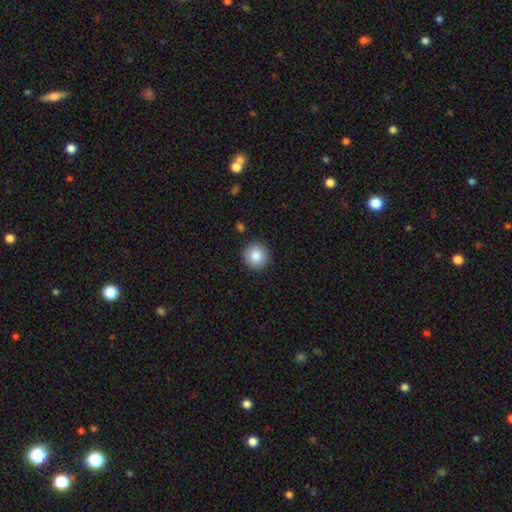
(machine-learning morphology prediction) A smooth galaxy with no disk features (85%) that is round (94%).

Vote fractions:
- Smooth or featured? smooth: 85% / star or artifact: 8% / featured or disk: 7%
- How rounded? round: 94% / in between: 5% / cigar-shaped: 1%
- Merging? none: 90% / minor disturbance: 6% / major disturbance: 2% / merger: 2%